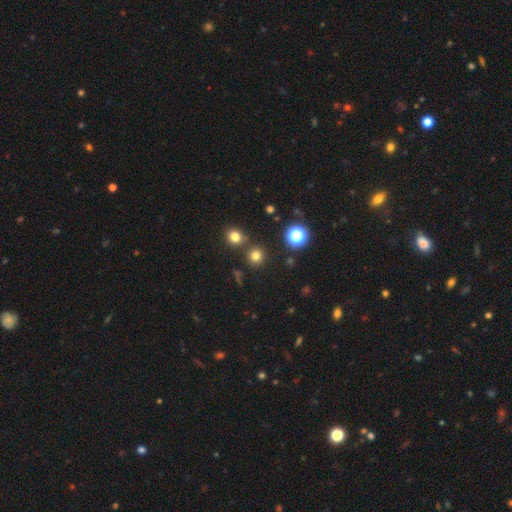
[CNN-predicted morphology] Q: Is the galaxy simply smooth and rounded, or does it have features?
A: smooth — 72%.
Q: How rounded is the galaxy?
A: round — 92%.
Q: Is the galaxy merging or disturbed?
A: none — 80%.